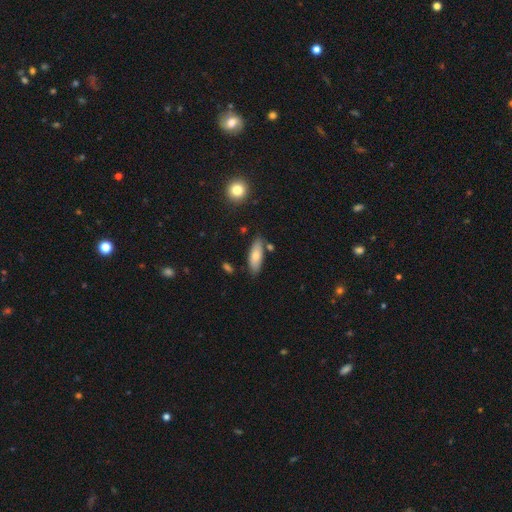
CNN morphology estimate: type=smooth (75%); roundness=in between (66%); merging=none (78%).